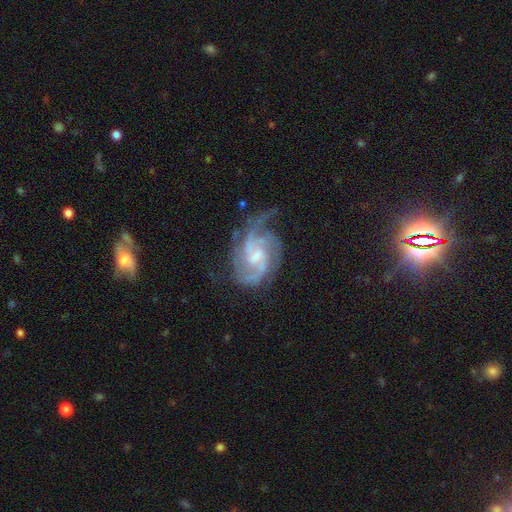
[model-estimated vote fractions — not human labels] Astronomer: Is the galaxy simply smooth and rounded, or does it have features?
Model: featured or disk — 90%.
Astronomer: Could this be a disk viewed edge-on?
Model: no — 98%.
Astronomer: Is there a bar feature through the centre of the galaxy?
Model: weak — 55% (runner-up: no, 32%).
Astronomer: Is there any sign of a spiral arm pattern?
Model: yes — 97%.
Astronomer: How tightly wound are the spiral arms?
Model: medium — 51% (runner-up: tight, 35%).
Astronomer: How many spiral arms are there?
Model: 2 — 39% (runner-up: 3, 29%).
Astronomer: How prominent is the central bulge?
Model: small — 44% (runner-up: moderate, 37%).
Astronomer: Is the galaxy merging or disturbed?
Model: none — 54%.